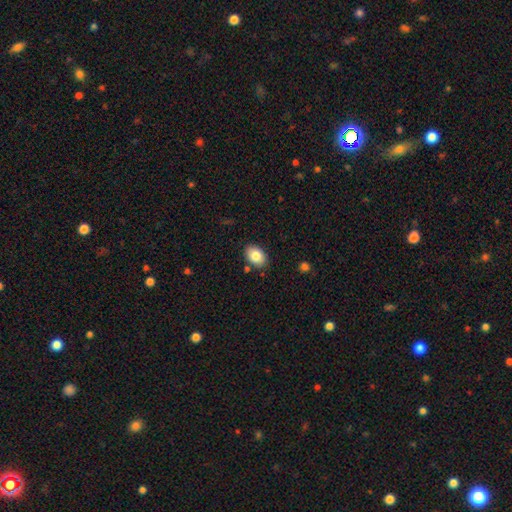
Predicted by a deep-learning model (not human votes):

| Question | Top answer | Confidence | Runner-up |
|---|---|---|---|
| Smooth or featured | smooth | 84% | featured or disk (8%) |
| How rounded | in between | 84% | round (15%) |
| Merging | none | 84% | minor disturbance (10%) |